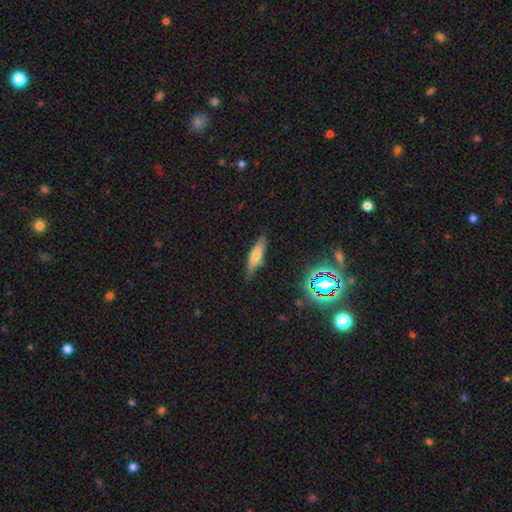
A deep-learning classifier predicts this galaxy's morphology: smooth_or_featured: smooth (p=0.53) [alt: featured or disk p=0.35]
how_rounded: cigar-shaped (p=0.74) [alt: in between p=0.24]
merging: none (p=0.80) [alt: minor disturbance p=0.15]